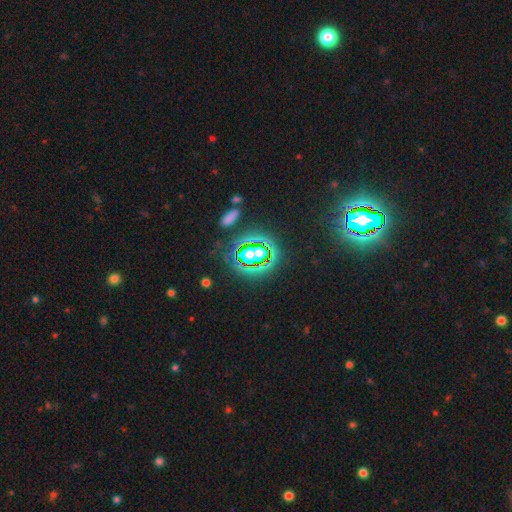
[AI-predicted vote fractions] A star or artifact, not a galaxy (80%).

Vote fractions:
- Smooth or featured? star or artifact: 80% / smooth: 12% / featured or disk: 8%